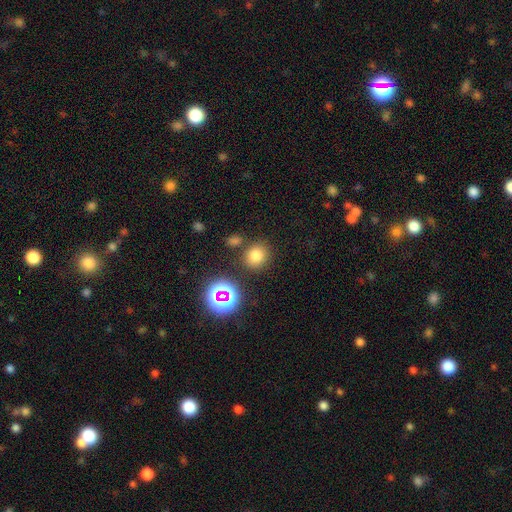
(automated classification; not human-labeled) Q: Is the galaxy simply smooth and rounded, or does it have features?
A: smooth — 75%.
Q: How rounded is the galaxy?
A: round — 84%.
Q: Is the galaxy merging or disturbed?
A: none — 80%.